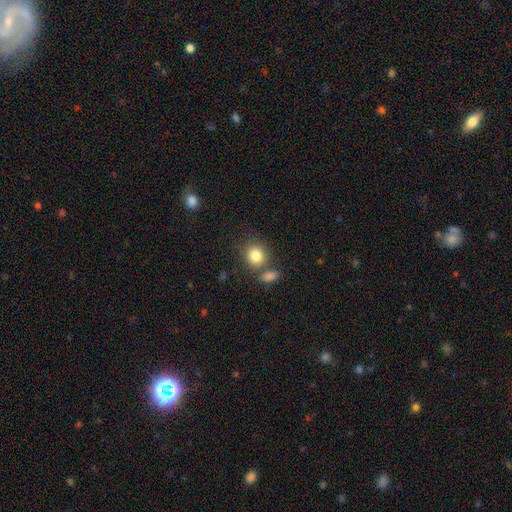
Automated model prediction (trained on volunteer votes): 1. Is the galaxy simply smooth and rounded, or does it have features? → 83% smooth, 9% star or artifact, 7% featured or disk.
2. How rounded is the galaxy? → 73% round, 26% in between, 1% cigar-shaped.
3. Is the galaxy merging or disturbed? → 63% none, 22% merger, 11% minor disturbance, 4% major disturbance.